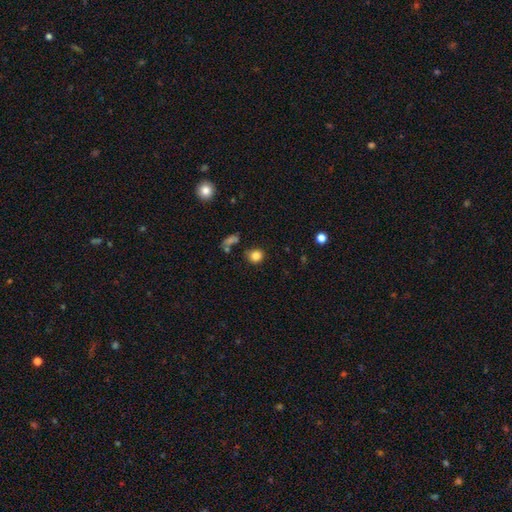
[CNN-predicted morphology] A smooth galaxy with no disk features (83%) that is round (87%).

Vote fractions:
- Smooth or featured? smooth: 83% / star or artifact: 11% / featured or disk: 6%
- How rounded? round: 87% / in between: 12% / cigar-shaped: 1%
- Merging? none: 82% / minor disturbance: 10% / merger: 4% / major disturbance: 4%